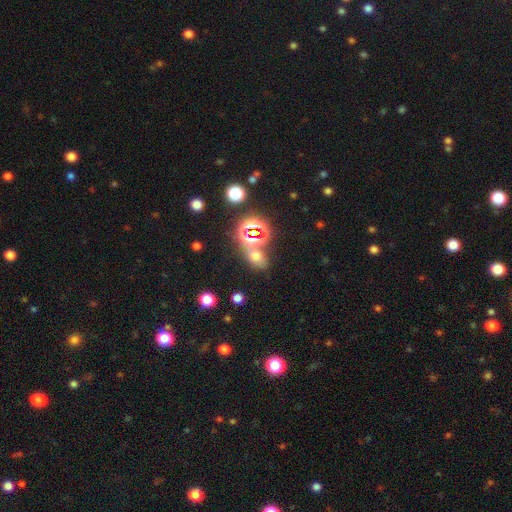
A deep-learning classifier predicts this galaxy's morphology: smooth 51%, star or artifact 38%, featured or disk 11%. Down the decision tree: how rounded — in between (63%); merging — none (59%).